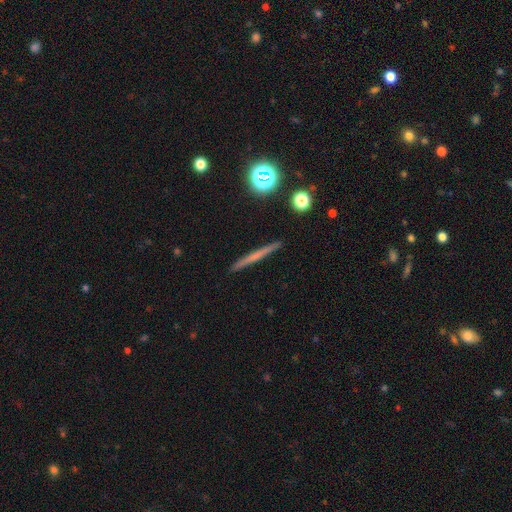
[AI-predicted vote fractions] This appears to be a smooth galaxy with no disk features (46%). Merging: none (92%).